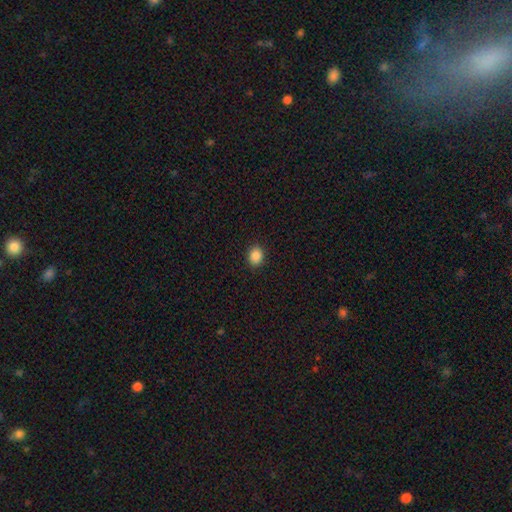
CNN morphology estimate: Smooth or featured? smooth (88%)
How rounded? round (50%)
Merging? none (90%)